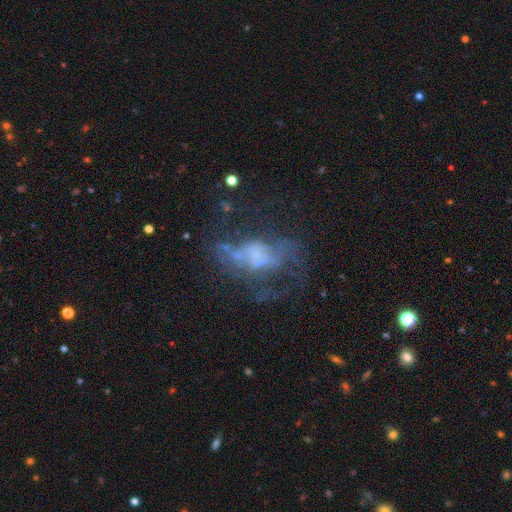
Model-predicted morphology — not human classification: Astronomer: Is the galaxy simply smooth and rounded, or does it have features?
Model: featured or disk — 61%.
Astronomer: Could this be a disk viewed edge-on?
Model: no — 94%.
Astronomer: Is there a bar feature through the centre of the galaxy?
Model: no — 78%.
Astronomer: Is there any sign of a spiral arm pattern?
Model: no — 72%.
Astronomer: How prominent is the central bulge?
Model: none — 43% (runner-up: small, 28%).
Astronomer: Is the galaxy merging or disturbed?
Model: major disturbance — 41% (runner-up: none, 34%).